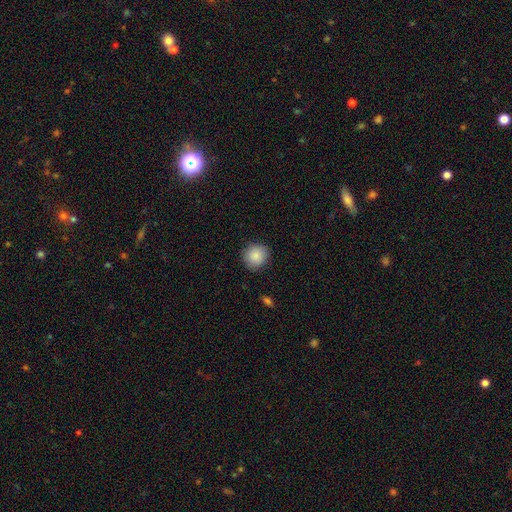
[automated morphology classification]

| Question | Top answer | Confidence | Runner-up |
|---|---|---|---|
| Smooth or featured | smooth | 87% | star or artifact (8%) |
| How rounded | round | 89% | in between (10%) |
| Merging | none | 88% | minor disturbance (9%) |